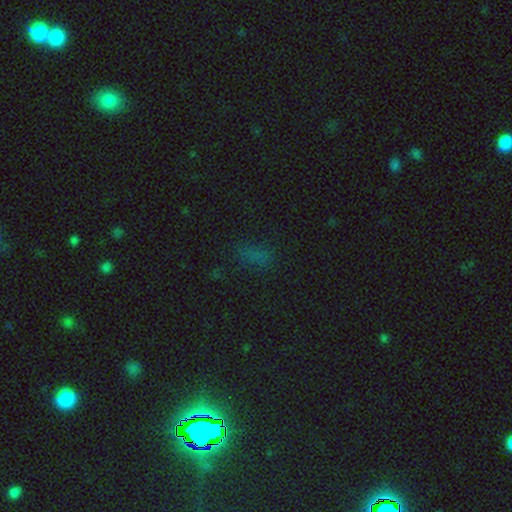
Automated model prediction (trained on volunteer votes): Overall: smooth (50%; star or artifact 42%). How rounded: in between (72%). Merging: none (70%).